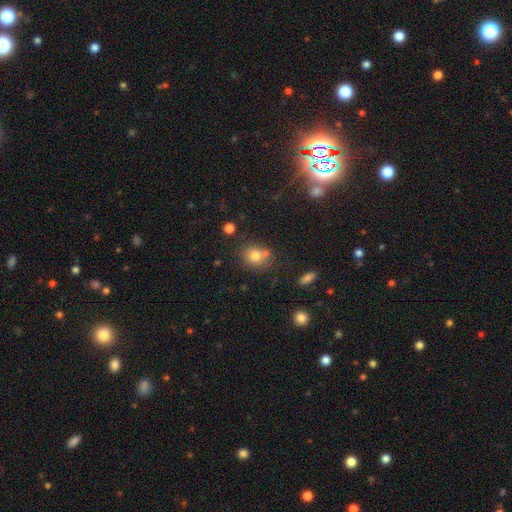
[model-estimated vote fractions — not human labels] Overall: smooth (76%). How rounded: round (70%). Merging: none (64%).